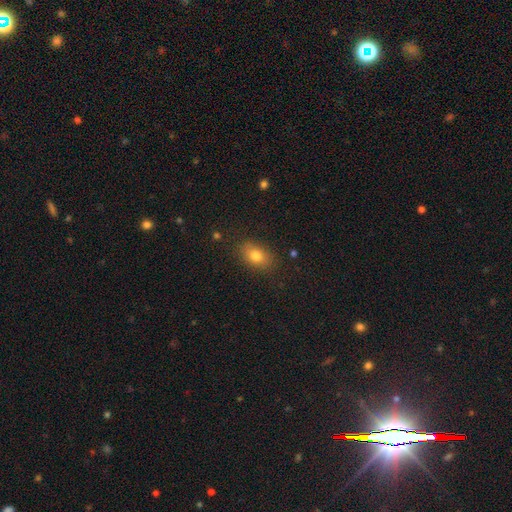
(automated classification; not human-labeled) Smooth or featured? smooth (78%)
How rounded? in between (82%)
Merging? none (85%)